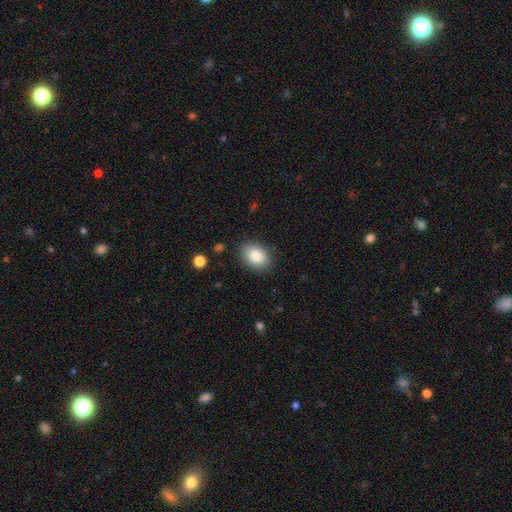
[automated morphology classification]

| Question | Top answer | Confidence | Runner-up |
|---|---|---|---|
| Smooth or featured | smooth | 86% | star or artifact (7%) |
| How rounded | in between | 79% | round (19%) |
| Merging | none | 86% | minor disturbance (10%) |